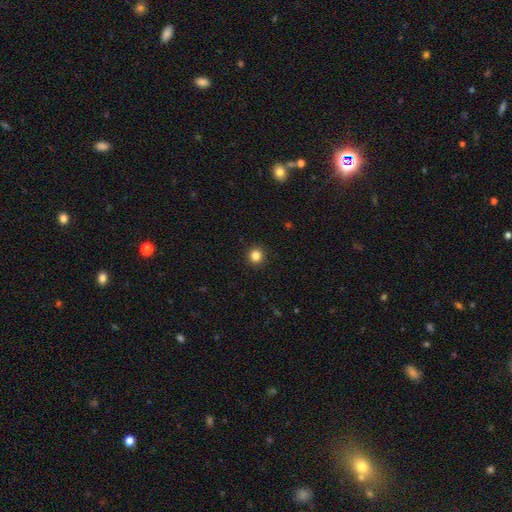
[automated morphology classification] Overall: smooth (84%). How rounded: round (93%). Merging: none (92%).